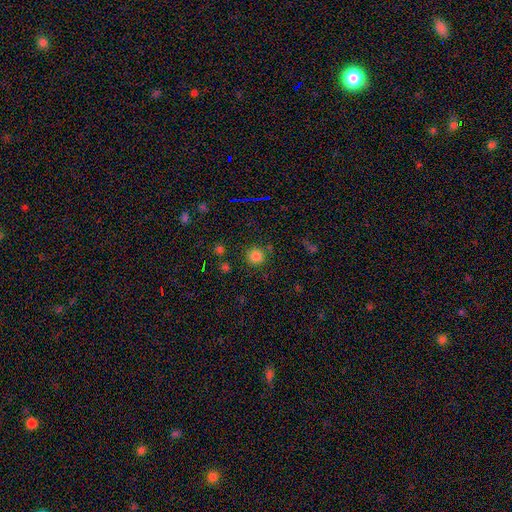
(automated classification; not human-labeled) Smooth or featured? smooth (81%)
How rounded? round (94%)
Merging? none (85%)